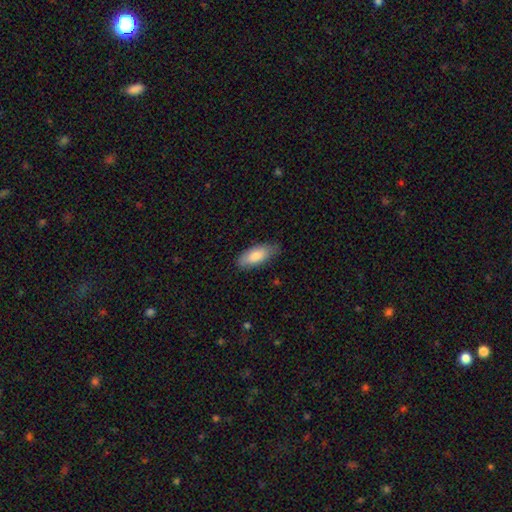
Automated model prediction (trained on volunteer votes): Smooth or featured? Predicted: smooth (p=0.83). How rounded? Predicted: in between (p=0.82). Merging? Predicted: none (p=0.77).